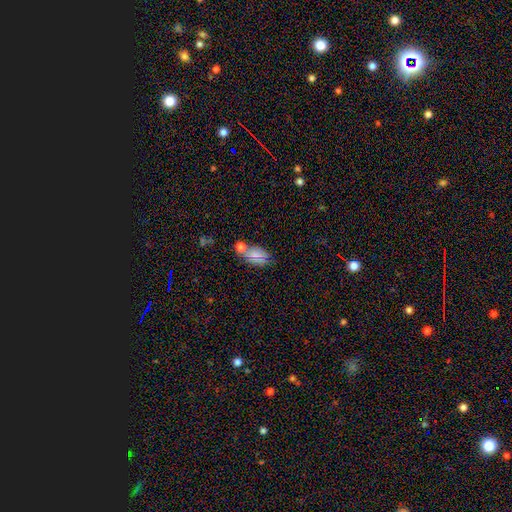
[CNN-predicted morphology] A smooth galaxy with no disk features (70%) that is in between round and cigar-shaped (88%).

Vote fractions:
- Smooth or featured? smooth: 70% / featured or disk: 17% / star or artifact: 12%
- How rounded? in between: 88% / round: 9% / cigar-shaped: 3%
- Merging? none: 44% / merger: 29% / minor disturbance: 19% / major disturbance: 8%